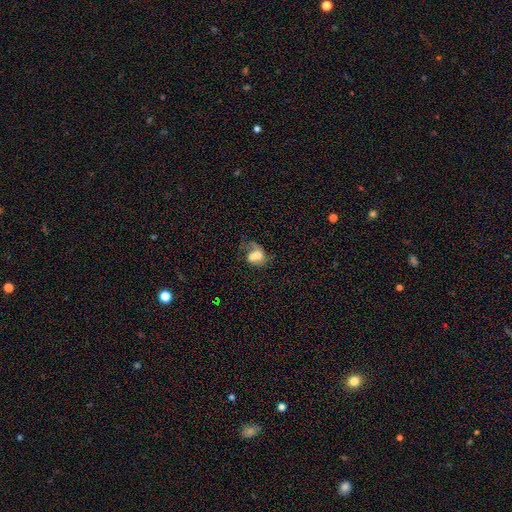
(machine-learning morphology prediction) This is possibly a smooth galaxy (57%). How rounded: likely in between (62%). Merging: possibly merger (47%).